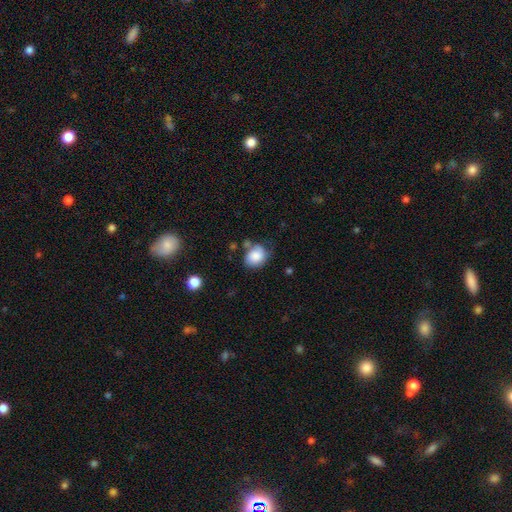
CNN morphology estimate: Smooth or featured: smooth — 81% (featured or disk — 10%)
How rounded: in between — 52% (round — 47%)
Merging: none — 52% (minor disturbance — 28%)